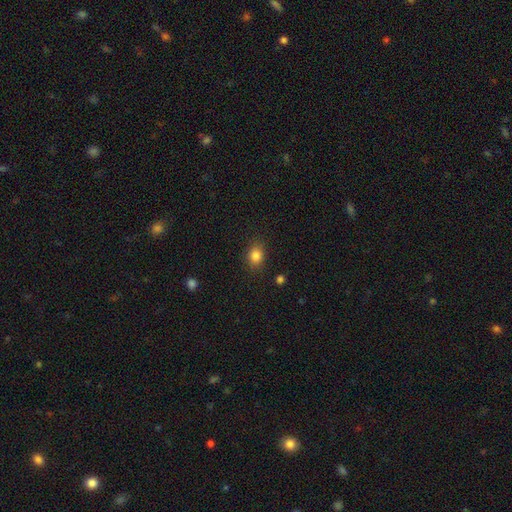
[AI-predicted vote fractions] Overall: smooth (84%). How rounded: round (58%; in between 41%). Merging: none (85%).